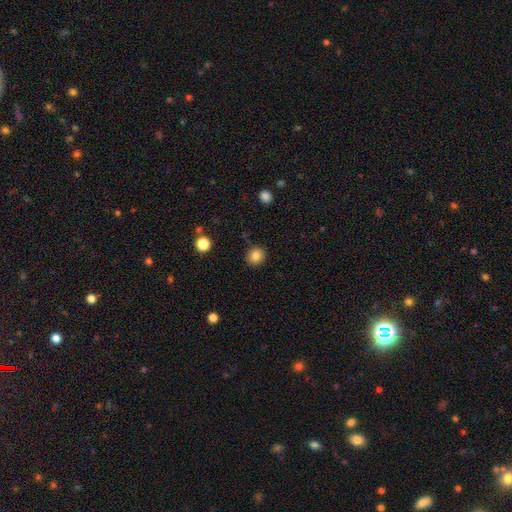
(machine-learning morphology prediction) smooth_or_featured: smooth (p=0.82) [alt: star or artifact p=0.11]
how_rounded: round (p=0.88) [alt: in between p=0.11]
merging: none (p=0.89) [alt: minor disturbance p=0.08]